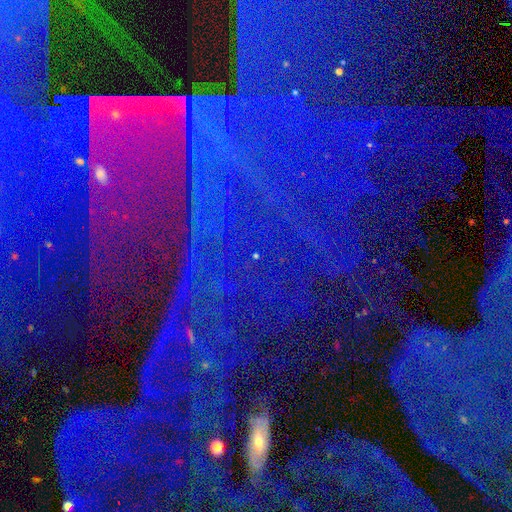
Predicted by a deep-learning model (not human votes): Smooth or featured: star or artifact — 85% (featured or disk — 8%)